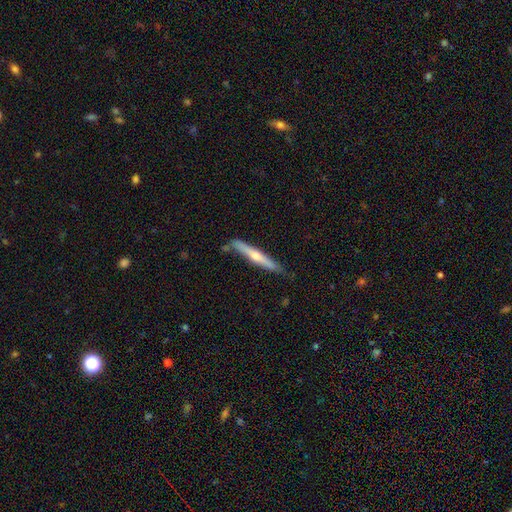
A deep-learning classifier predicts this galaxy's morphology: Smooth or featured? Predicted: featured or disk (p=0.55). Edge-on disk? Predicted: yes (p=0.95). Edge-on bulge? Predicted: rounded (p=0.78). Merging? Predicted: none (p=0.78).